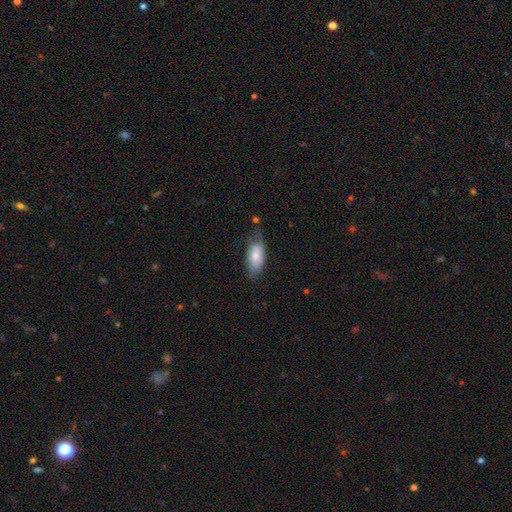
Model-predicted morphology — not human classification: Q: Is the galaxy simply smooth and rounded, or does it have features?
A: smooth — 73%.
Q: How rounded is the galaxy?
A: in between — 89%.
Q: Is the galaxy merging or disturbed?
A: none — 50%.